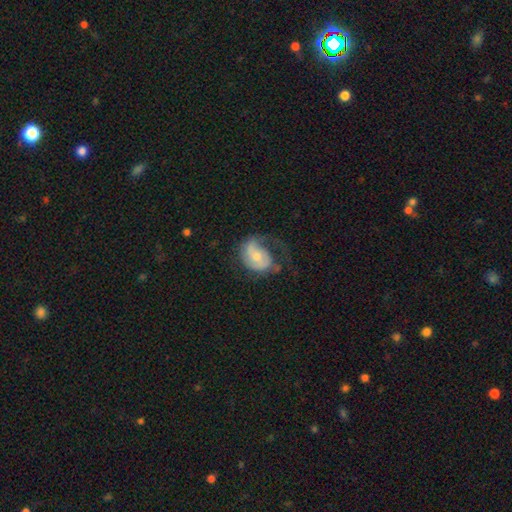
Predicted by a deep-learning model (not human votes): featured or disk 64%, smooth 29%, star or artifact 7%. Down the decision tree: edge-on disk — no (97%); bar — no (56%); spiral arms — yes (81%); spiral arm count — 2 (42%); spiral winding — medium (40%); bulge size — moderate (51%); merging — none (37%).